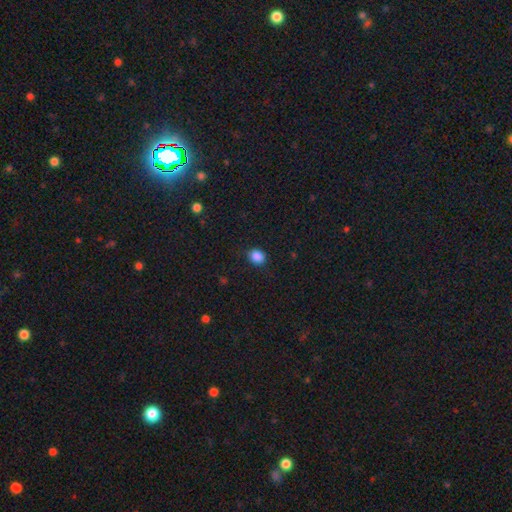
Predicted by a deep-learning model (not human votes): Smooth or featured?
  - smooth: 86% *
  - star or artifact: 10%
  - featured or disk: 3%
How rounded?
  - round: 63% *
  - in between: 36%
  - cigar-shaped: 1%
Merging?
  - none: 83% *
  - minor disturbance: 12%
  - major disturbance: 3%
  - merger: 1%